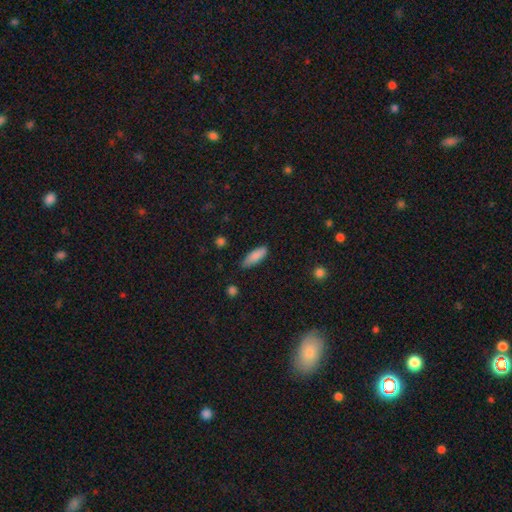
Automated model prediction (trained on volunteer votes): Overall: smooth (86%). How rounded: in between (62%; cigar-shaped 36%). Merging: none (78%).